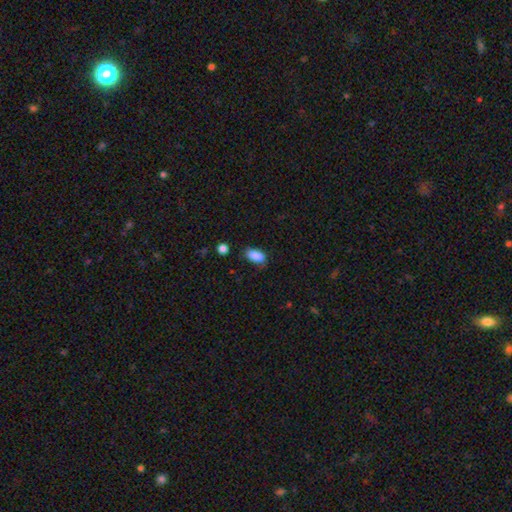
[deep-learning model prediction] Smooth or featured? smooth (88%)
How rounded? in between (87%)
Merging? none (73%)